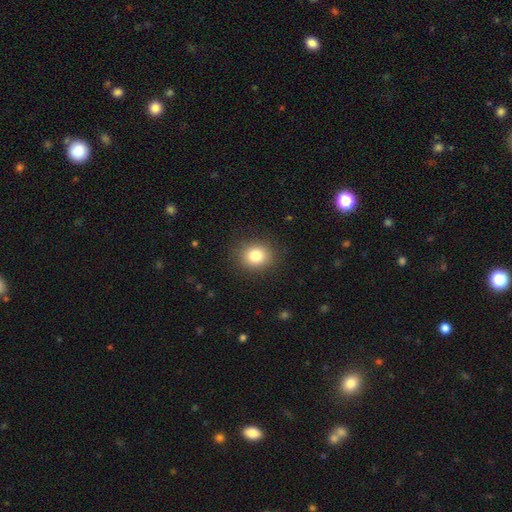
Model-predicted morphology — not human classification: type=smooth (81%); roundness=round (72%); merging=none (88%).